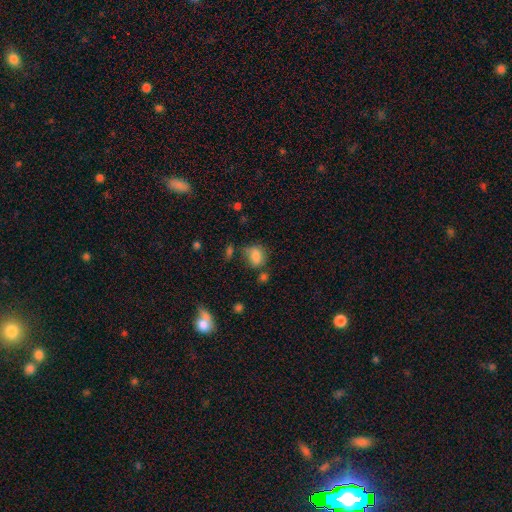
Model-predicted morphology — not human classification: smooth_or_featured: smooth (p=0.80) [alt: star or artifact p=0.11]
how_rounded: in between (p=0.65) [alt: round p=0.34]
merging: none (p=0.54) [alt: minor disturbance p=0.24]